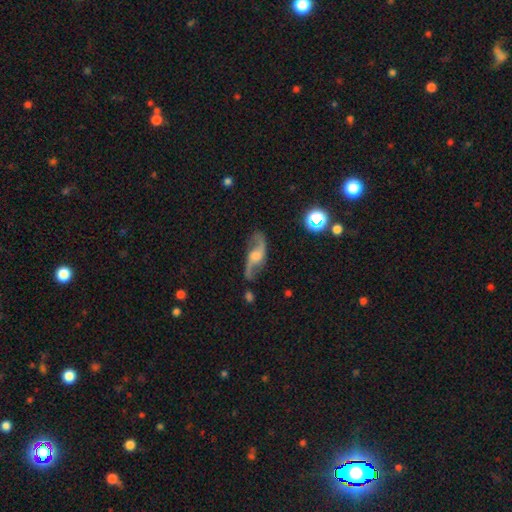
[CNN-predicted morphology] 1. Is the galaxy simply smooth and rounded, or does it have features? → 85% featured or disk, 8% smooth, 6% star or artifact.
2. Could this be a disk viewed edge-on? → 93% no, 7% yes.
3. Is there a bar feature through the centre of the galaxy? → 49% no, 40% weak, 12% strong.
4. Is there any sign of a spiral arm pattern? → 96% yes, 4% no.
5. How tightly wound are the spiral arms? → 79% loose, 17% medium, 4% tight.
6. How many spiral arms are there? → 93% 2, 2% can't tell, 2% 1, 1% 3, 1% 4, 1% more than 4.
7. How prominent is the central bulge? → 42% moderate, 23% small, 19% large, 14% none, 3% dominant.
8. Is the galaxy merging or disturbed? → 76% none, 14% minor disturbance, 7% major disturbance, 3% merger.